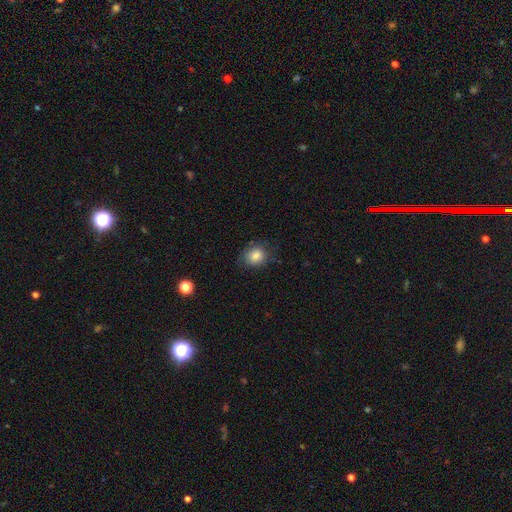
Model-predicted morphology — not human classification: A smooth galaxy with no disk features (83%) that is round (62%). Merging: none (72%).